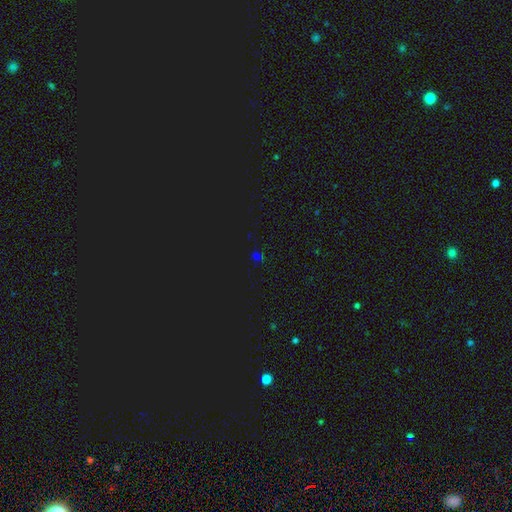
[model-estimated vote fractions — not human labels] Morphology: type=star or artifact (63%).